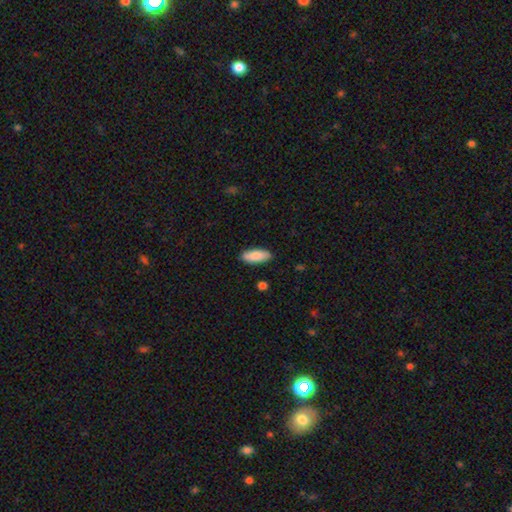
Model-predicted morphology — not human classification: Smooth or featured? smooth (87%)
How rounded? in between (80%)
Merging? none (87%)